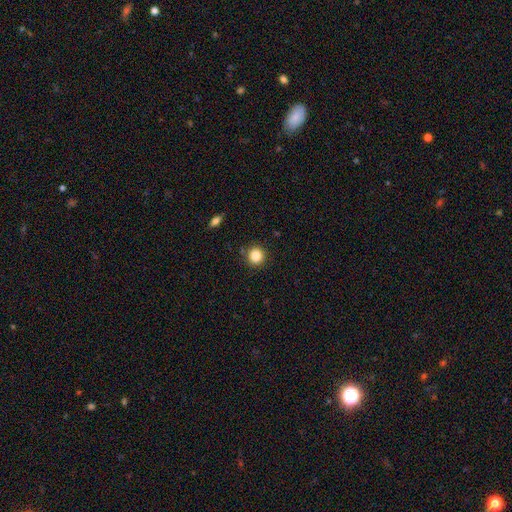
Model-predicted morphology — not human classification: Smooth or featured: smooth — 86% (star or artifact — 10%)
How rounded: round — 93% (in between — 6%)
Merging: none — 88% (minor disturbance — 8%)